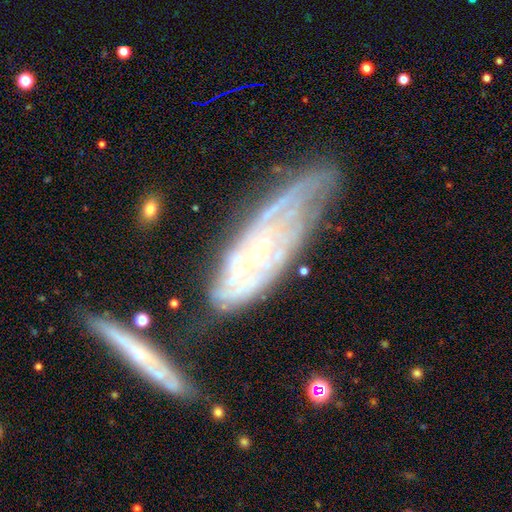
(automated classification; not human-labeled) smooth-or-featured: featured or disk: 78% | smooth: 14% | star or artifact: 7%
  disk-edge-on: no: 81% | yes: 19%
    bar: no: 71% | weak: 23% | strong: 7%
    has-spiral-arms: yes: 87% | no: 13%
      spiral-winding: tight: 69% | medium: 24% | loose: 7%
      spiral-arm-count: can't tell: 59% | 2: 15% | 3: 11% | 4: 7% | 1: 4% | more than 4: 4%
    bulge-size: small: 78% | moderate: 17% | none: 3% | large: 1% | dominant: 1%
  merging: none: 47% | minor disturbance: 29% | major disturbance: 14% | merger: 9%